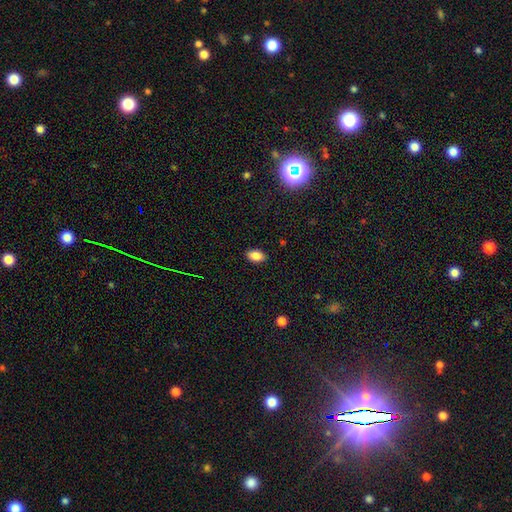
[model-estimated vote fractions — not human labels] A smooth galaxy with no disk features (86%) that is in between round and cigar-shaped (89%).

Vote fractions:
- Smooth or featured? smooth: 86% / star or artifact: 9% / featured or disk: 5%
- How rounded? in between: 89% / round: 9% / cigar-shaped: 2%
- Merging? none: 88% / minor disturbance: 9% / major disturbance: 2% / merger: 1%